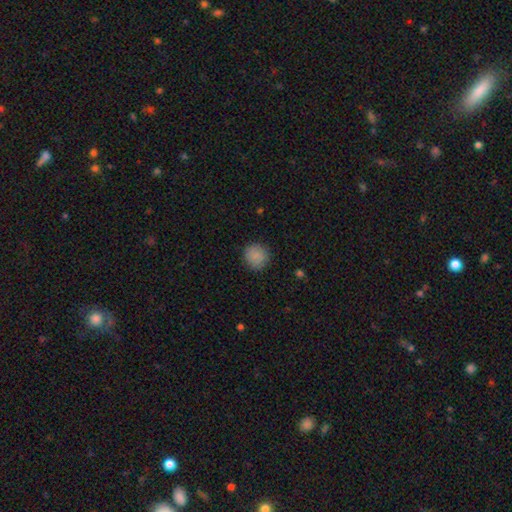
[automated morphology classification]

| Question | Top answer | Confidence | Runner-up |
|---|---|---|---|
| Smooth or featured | smooth | 87% | star or artifact (8%) |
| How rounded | round | 91% | in between (8%) |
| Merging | none | 88% | minor disturbance (9%) |